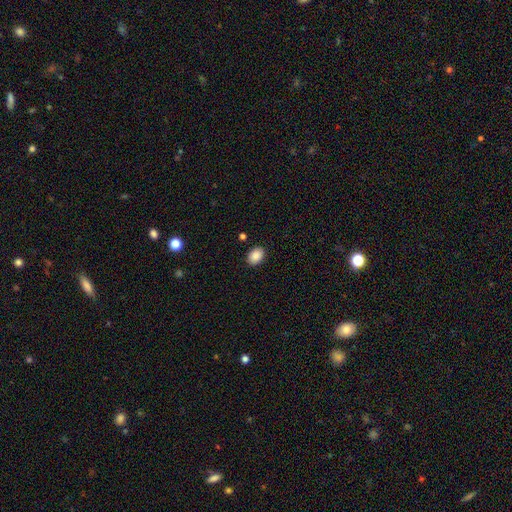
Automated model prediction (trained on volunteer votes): Smooth or featured?
  - smooth: 88% *
  - star or artifact: 8%
  - featured or disk: 4%
How rounded?
  - in between: 74% *
  - round: 25%
  - cigar-shaped: 1%
Merging?
  - none: 89% *
  - minor disturbance: 8%
  - major disturbance: 2%
  - merger: 1%